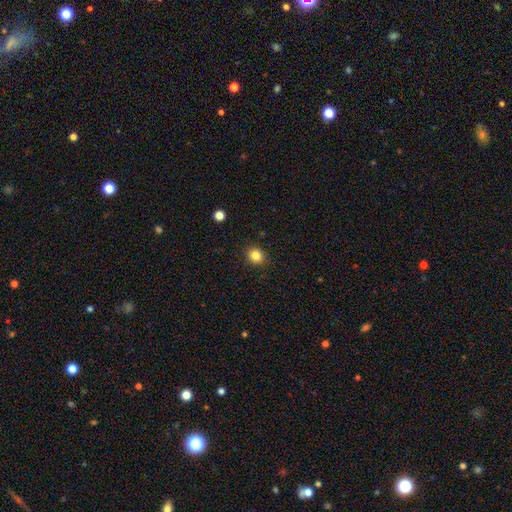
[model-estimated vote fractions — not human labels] Smooth or featured?
  - smooth: 84% *
  - star or artifact: 11%
  - featured or disk: 5%
How rounded?
  - round: 83% *
  - in between: 16%
  - cigar-shaped: 1%
Merging?
  - none: 91% *
  - minor disturbance: 6%
  - major disturbance: 2%
  - merger: 1%